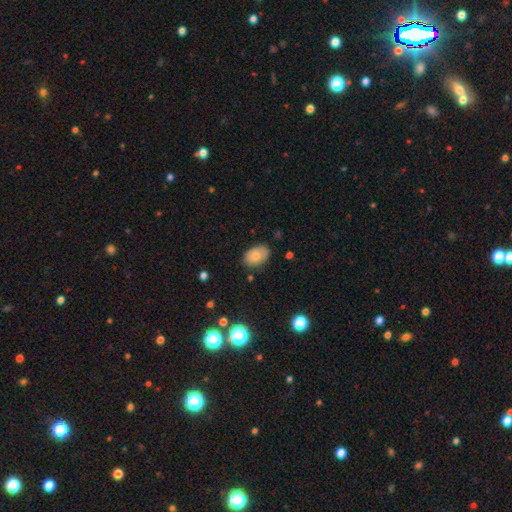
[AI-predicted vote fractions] Overall: smooth (79%). How rounded: in between (86%). Merging: none (75%).